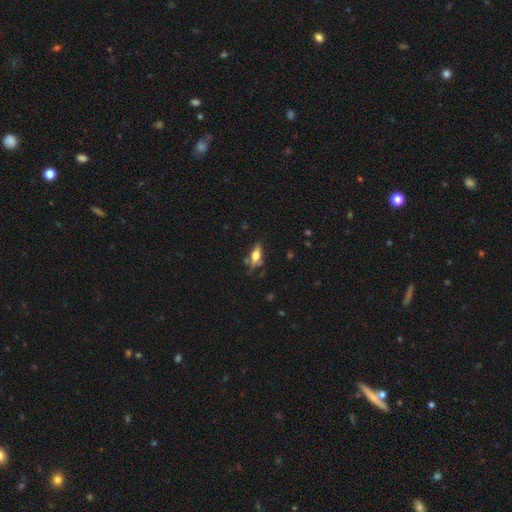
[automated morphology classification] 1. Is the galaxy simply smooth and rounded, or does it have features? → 59% smooth, 31% featured or disk, 10% star or artifact.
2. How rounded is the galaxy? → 74% in between, 22% cigar-shaped, 4% round.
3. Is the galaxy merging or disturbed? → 51% none, 26% minor disturbance, 14% major disturbance, 9% merger.